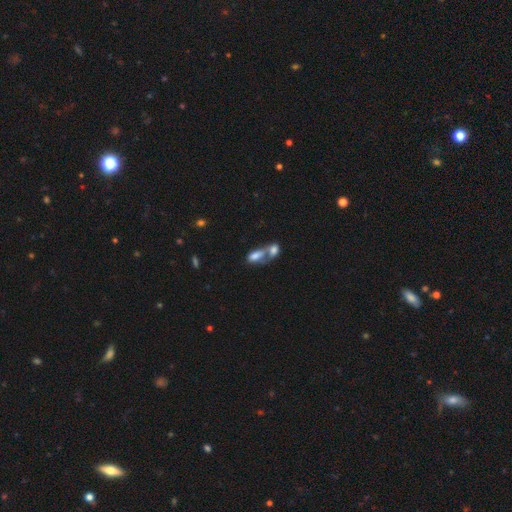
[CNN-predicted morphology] Smooth or featured: smooth — 70% (featured or disk — 21%)
How rounded: in between — 87% (cigar-shaped — 7%)
Merging: merger — 74% (none — 13%)